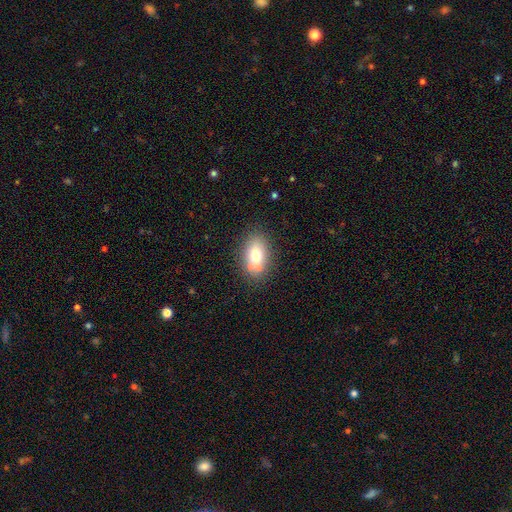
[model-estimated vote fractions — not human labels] Smooth or featured: smooth — 69% (featured or disk — 20%)
How rounded: in between — 81% (round — 17%)
Merging: none — 66% (merger — 16%)